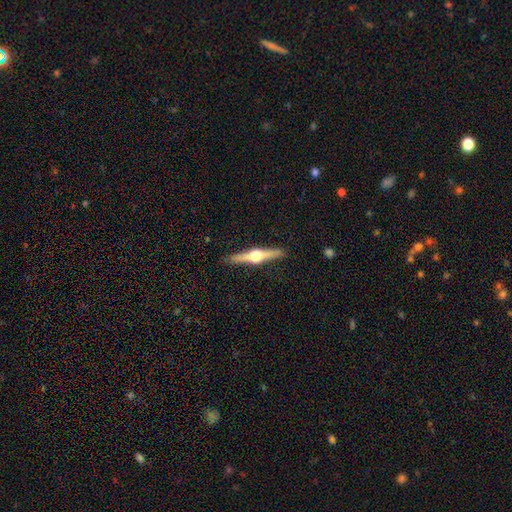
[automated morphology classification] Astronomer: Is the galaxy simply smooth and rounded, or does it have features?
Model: featured or disk — 79%.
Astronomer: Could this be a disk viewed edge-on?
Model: yes — 98%.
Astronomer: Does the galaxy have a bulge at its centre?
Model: rounded — 96%.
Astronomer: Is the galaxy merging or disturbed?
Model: none — 91%.